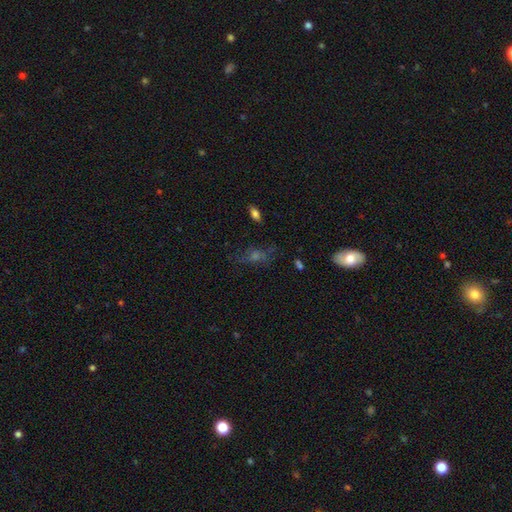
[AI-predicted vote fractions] Smooth or featured: featured or disk — 36% (smooth — 35%)
Merging: none — 66% (minor disturbance — 18%)